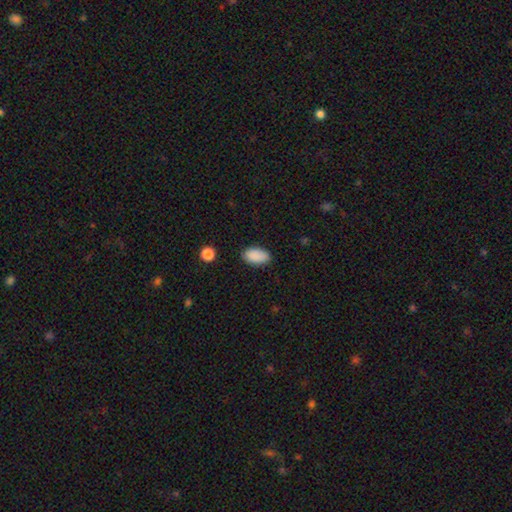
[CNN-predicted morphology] Overall: smooth (89%). How rounded: in between (94%). Merging: none (83%).